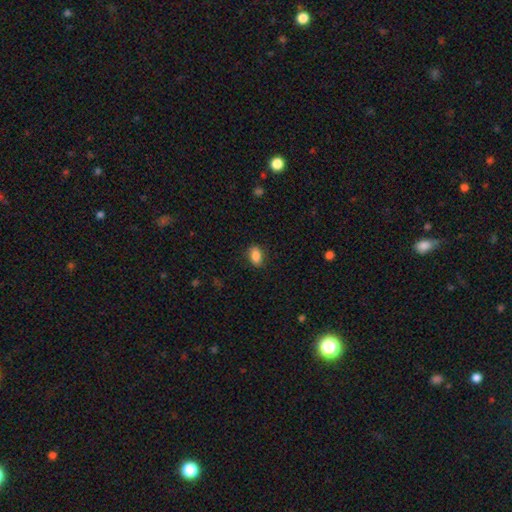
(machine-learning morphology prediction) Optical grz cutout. It shows a smooth galaxy with no disk features (88%) that is in between round and cigar-shaped (86%). Merging: none (86%).